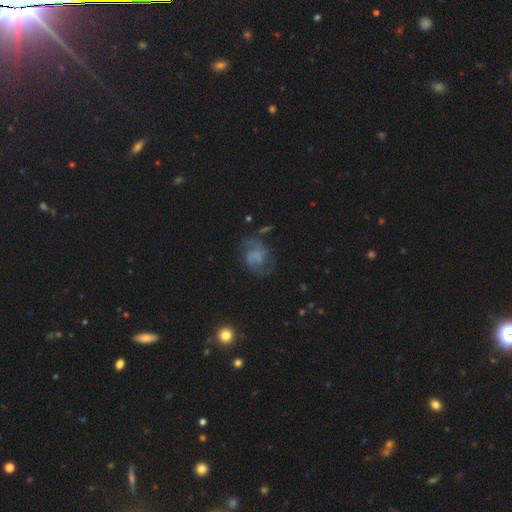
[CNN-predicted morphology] featured or disk 56%, smooth 32%, star or artifact 12%. Down the decision tree: edge-on disk — no (98%); bar — no (67%); spiral arms — yes (79%); bulge size — none (67%); merging — none (51%).